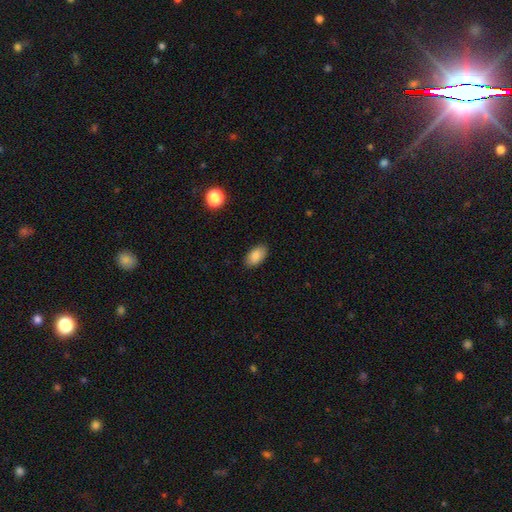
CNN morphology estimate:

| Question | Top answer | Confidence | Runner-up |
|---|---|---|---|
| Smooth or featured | smooth | 87% | star or artifact (7%) |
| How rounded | in between | 94% | round (4%) |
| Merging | none | 88% | minor disturbance (9%) |